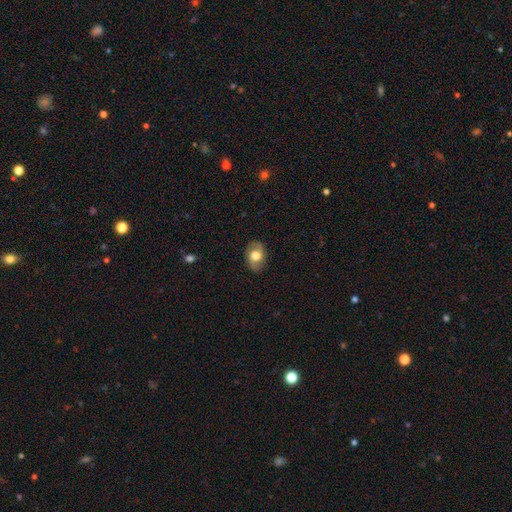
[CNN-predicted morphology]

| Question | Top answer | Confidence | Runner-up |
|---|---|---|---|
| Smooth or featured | smooth | 61% | featured or disk (32%) |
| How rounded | in between | 77% | round (22%) |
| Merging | none | 83% | minor disturbance (13%) |